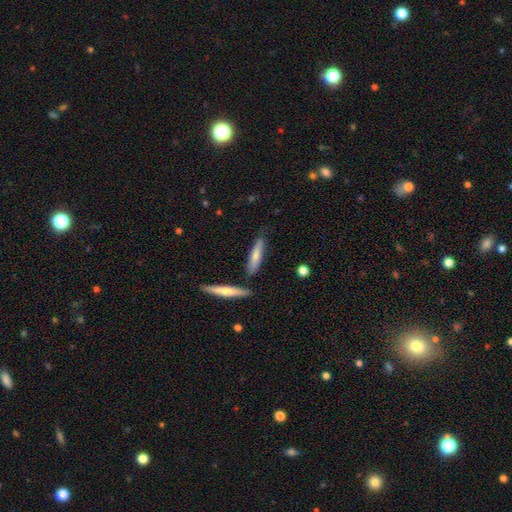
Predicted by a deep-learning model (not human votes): A smooth galaxy with no disk features (69%) that is cigar-shaped (84%). Merging: none (76%).